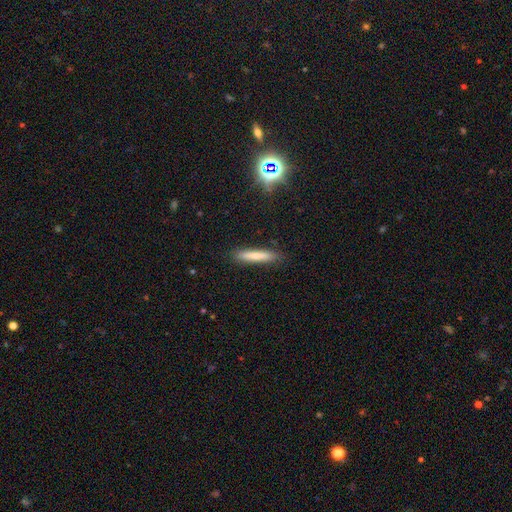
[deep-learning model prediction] Smooth or featured? Predicted: smooth (p=0.77). How rounded? Predicted: cigar-shaped (p=0.90). Merging? Predicted: none (p=0.88).